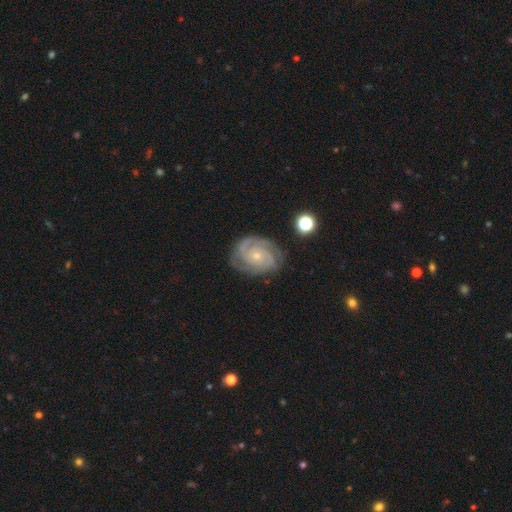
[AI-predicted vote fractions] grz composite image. It shows a featured or disk galaxy (90%) with no bar (76%), 3 (43%) tight (71%) spiral arms (98%) and a small central bulge (75%). Merging: none (78%).